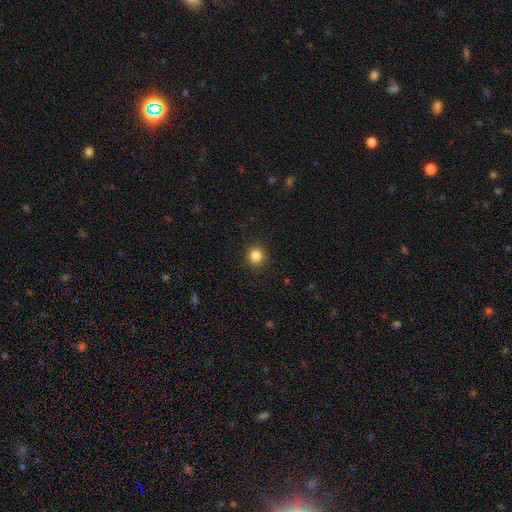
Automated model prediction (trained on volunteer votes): Q: Smooth or featured?
A: smooth (85%); runner-up: star or artifact (11%)
Q: How rounded?
A: round (91%); runner-up: in between (8%)
Q: Merging?
A: none (91%); runner-up: minor disturbance (6%)